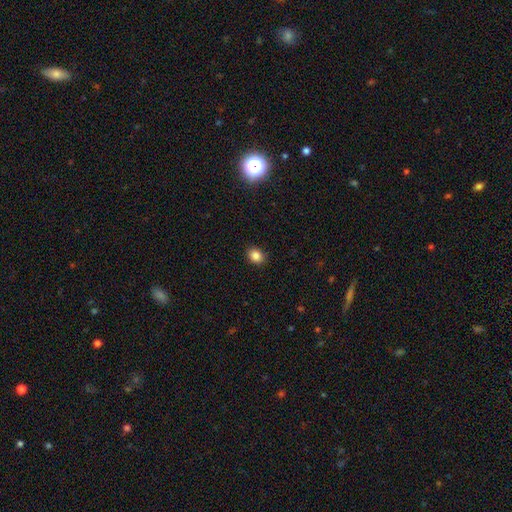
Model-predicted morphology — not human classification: Smooth or featured? smooth (85%)
How rounded? in between (50%)
Merging? none (90%)